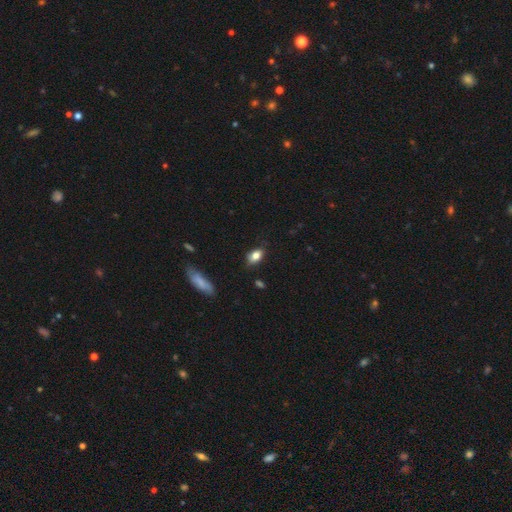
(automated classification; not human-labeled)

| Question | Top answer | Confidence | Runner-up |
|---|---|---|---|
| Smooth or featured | smooth | 81% | featured or disk (10%) |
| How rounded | in between | 86% | round (10%) |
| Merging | none | 75% | minor disturbance (19%) |